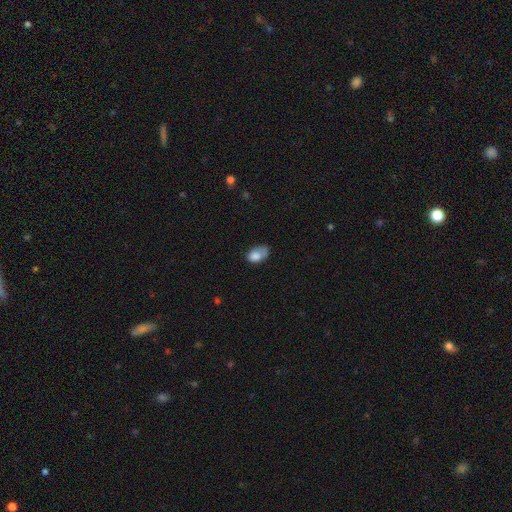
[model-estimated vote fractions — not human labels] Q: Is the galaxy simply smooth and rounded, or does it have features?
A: smooth — 77%.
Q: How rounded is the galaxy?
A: in between — 84%.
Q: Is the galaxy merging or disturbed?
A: minor disturbance — 36%, tied with none.